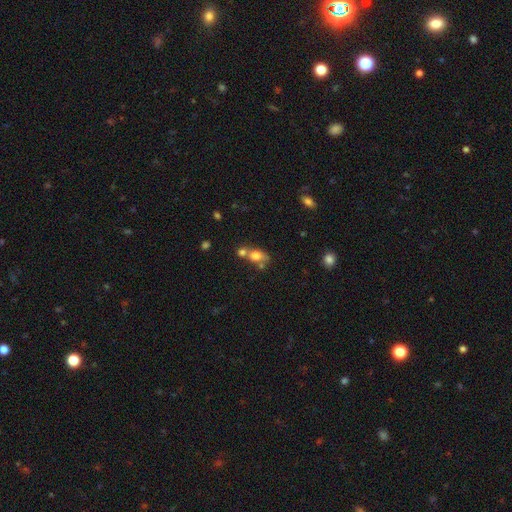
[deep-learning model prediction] Smooth or featured: smooth — 73% (featured or disk — 16%)
How rounded: in between — 65% (round — 30%)
Merging: merger — 47% (none — 35%)